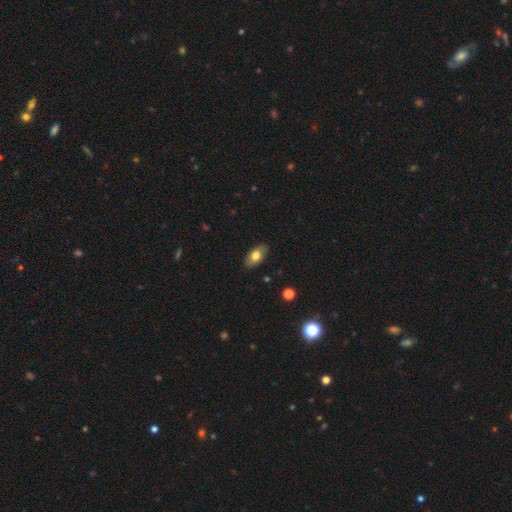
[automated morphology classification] Smooth or featured?
  - smooth: 72% *
  - featured or disk: 21%
  - star or artifact: 7%
How rounded?
  - in between: 91% *
  - round: 4%
  - cigar-shaped: 4%
Merging?
  - none: 87% *
  - minor disturbance: 10%
  - major disturbance: 2%
  - merger: 1%